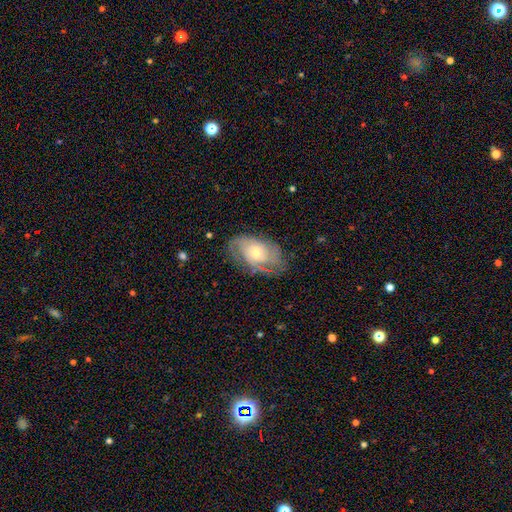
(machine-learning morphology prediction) The model was most divided on "spiral arm count": can't tell: 41%, 2: 32%, 3: 13%, 1: 5%, 4: 5%, more than 4: 4%. More confident: edge-on disk — no (95%); spiral arms — yes (85%); bar — no (76%); smooth or featured — featured or disk (69%); merging — none (67%); bulge size — moderate (53%); spiral winding — tight (51%).